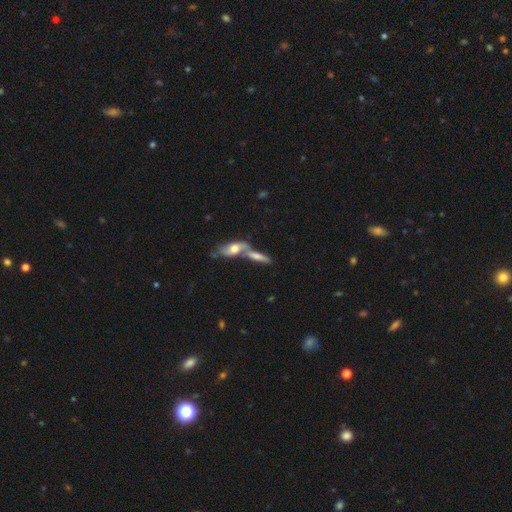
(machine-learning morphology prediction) smooth_or_featured: featured or disk (p=0.47) [alt: smooth p=0.42]
merging: merger (p=0.58) [alt: none p=0.29]